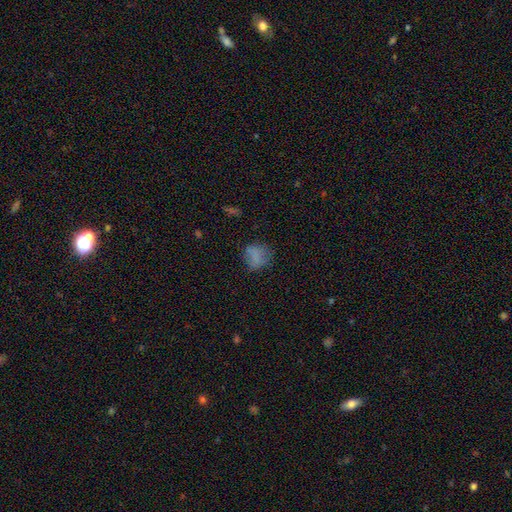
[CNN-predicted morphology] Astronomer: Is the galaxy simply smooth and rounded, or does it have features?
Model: smooth — 73%.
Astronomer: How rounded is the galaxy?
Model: round — 73%.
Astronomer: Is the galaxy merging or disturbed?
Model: none — 64%.